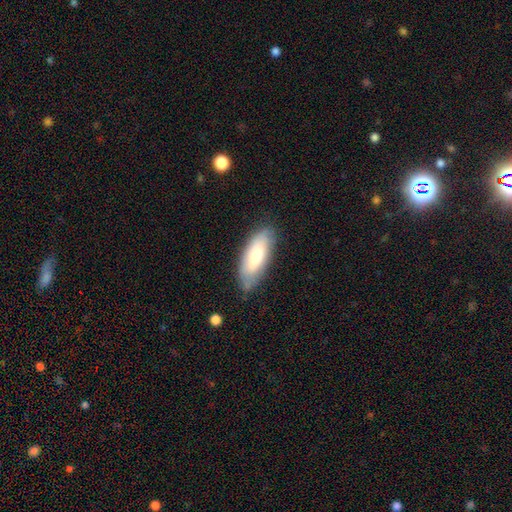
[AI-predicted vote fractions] This appears to be a smooth galaxy with no disk features (75%) that is in between round and cigar-shaped (74%). Merging: none (77%).